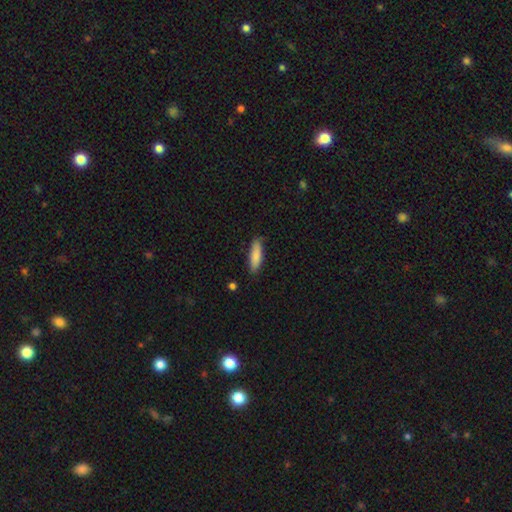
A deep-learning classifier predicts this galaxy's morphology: Smooth or featured?
  - smooth: 84% *
  - featured or disk: 11%
  - star or artifact: 6%
How rounded?
  - cigar-shaped: 54% *
  - in between: 44%
  - round: 2%
Merging?
  - none: 79% *
  - minor disturbance: 17%
  - major disturbance: 3%
  - merger: 1%